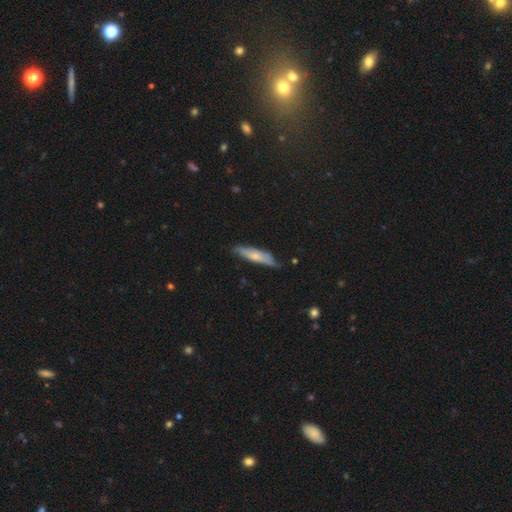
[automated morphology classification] smooth 62%, featured or disk 32%, star or artifact 6%. Down the decision tree: how rounded — cigar-shaped (79%); merging — none (74%).